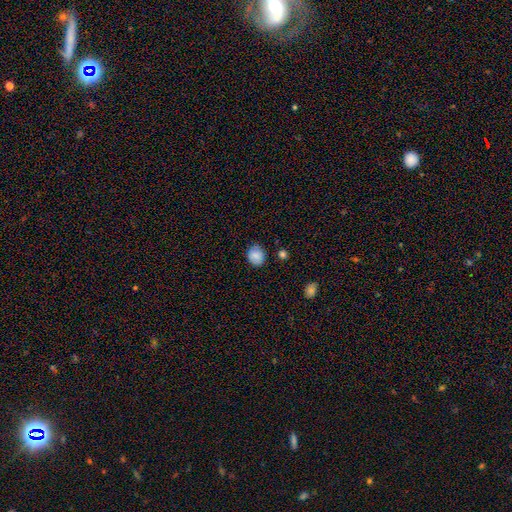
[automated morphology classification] Overall: smooth (85%). How rounded: round (69%; in between 31%). Merging: none (81%).